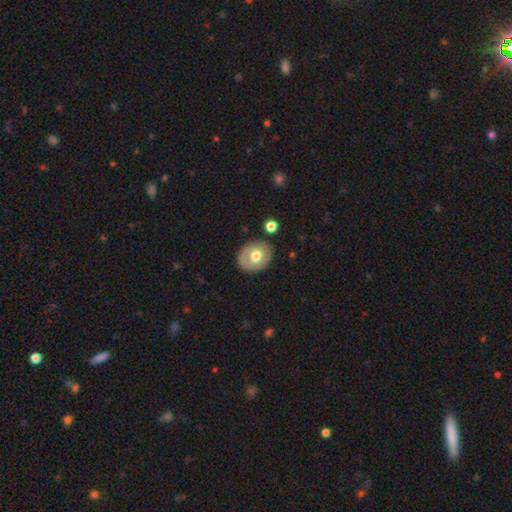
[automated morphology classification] smooth_or_featured: smooth (p=0.56) [alt: featured or disk p=0.37]
how_rounded: in between (p=0.51) [alt: round p=0.48]
merging: none (p=0.82) [alt: minor disturbance p=0.12]